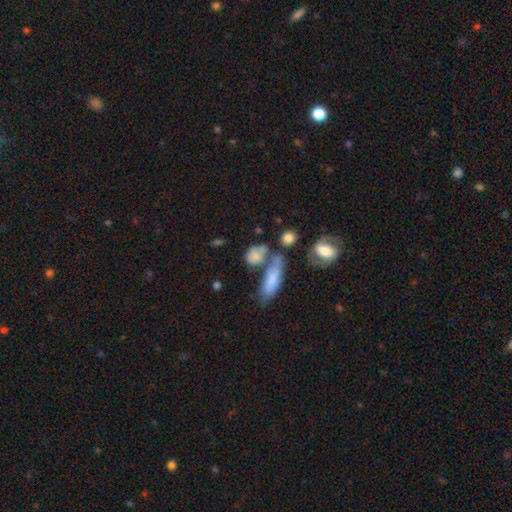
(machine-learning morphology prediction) The model was most divided on "merging" (2-way tie): none: 36%, merger: 36%, minor disturbance: 17%, major disturbance: 11%. More confident: smooth or featured — smooth (71%); how rounded — in between (60%).